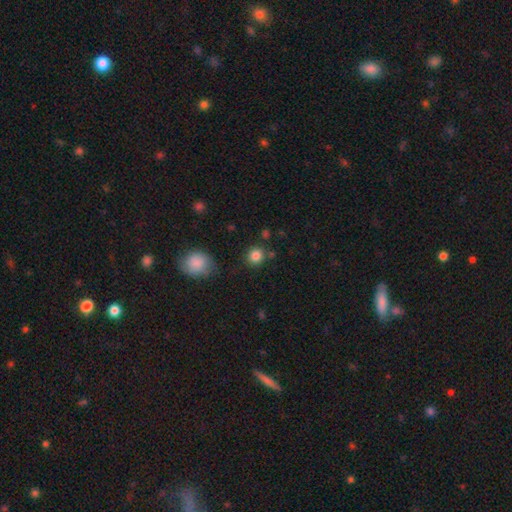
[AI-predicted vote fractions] smooth 84%, star or artifact 11%, featured or disk 5%. Down the decision tree: how rounded — round (87%); merging — none (82%).